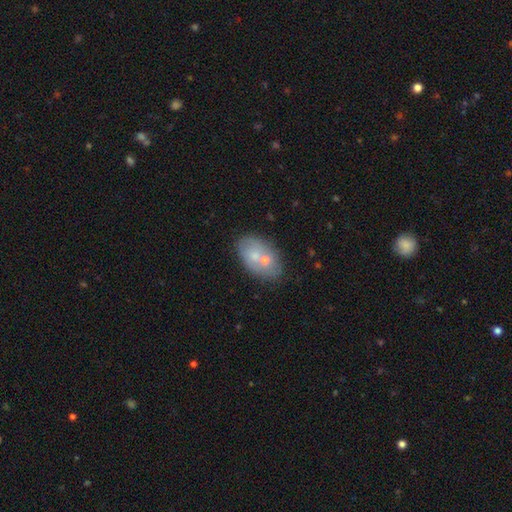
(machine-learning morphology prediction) The model was most divided on "smooth or featured": smooth: 60%, featured or disk: 31%, star or artifact: 9%. More confident: how rounded — in between (87%); merging — none (57%).